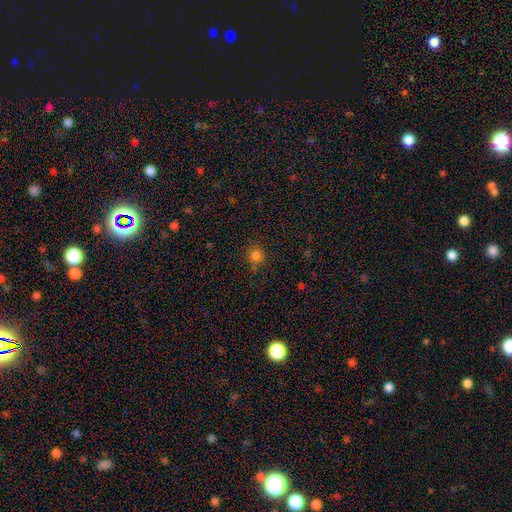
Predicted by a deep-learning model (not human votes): Smooth or featured: smooth — 78% (star or artifact — 17%)
How rounded: round — 84% (in between — 15%)
Merging: none — 73% (minor disturbance — 17%)